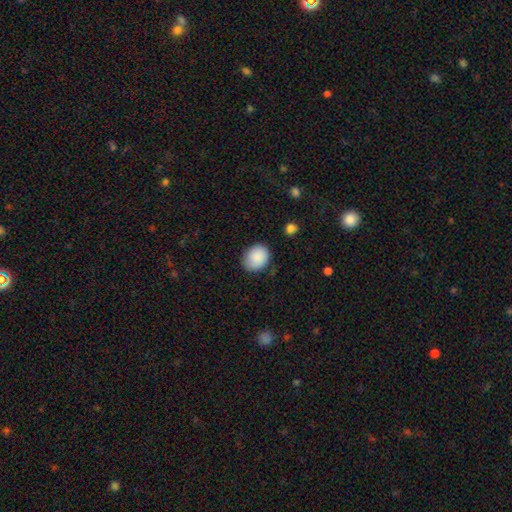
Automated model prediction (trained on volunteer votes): Overall: smooth (88%). How rounded: round (56%; in between 44%). Merging: none (81%).